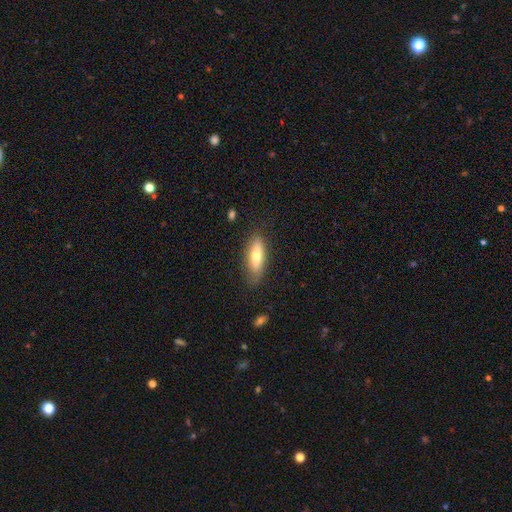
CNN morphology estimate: Overall: smooth (64%; featured or disk 29%). How rounded: in between (51%; cigar-shaped 47%). Merging: none (80%).